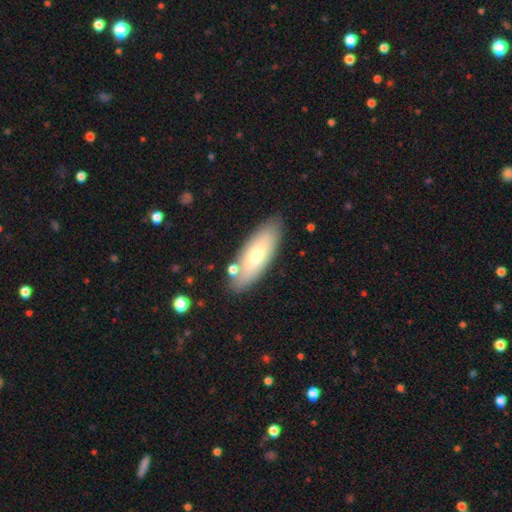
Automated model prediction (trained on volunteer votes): Overall: smooth (64%; featured or disk 29%). How rounded: in between (68%; cigar-shaped 30%). Merging: none (82%).